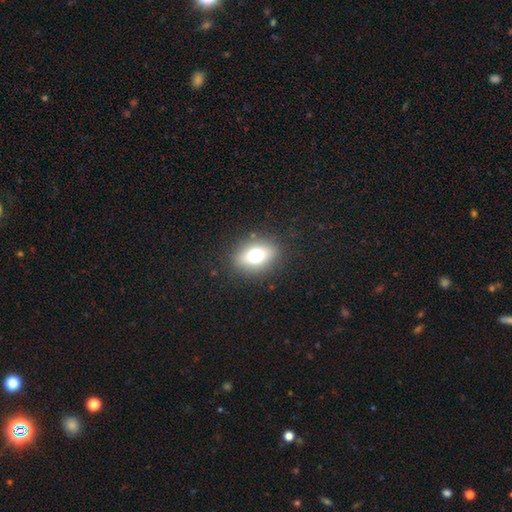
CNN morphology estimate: This appears to be a smooth galaxy with no disk features (66%) that is in between round and cigar-shaped (67%). Merging: none (85%).